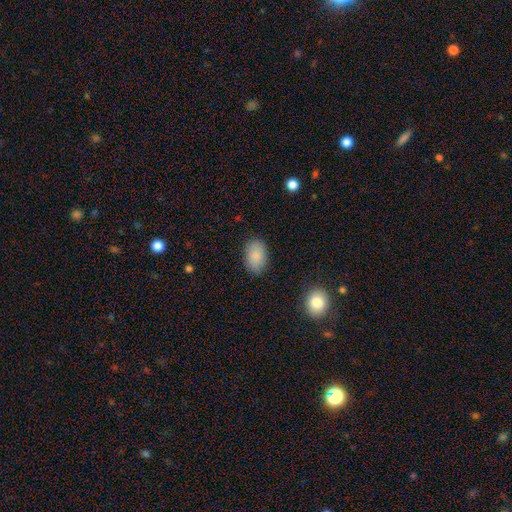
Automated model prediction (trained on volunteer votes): This is clearly a smooth galaxy (87%). How rounded: clearly in between (89%). Merging: clearly none (85%).